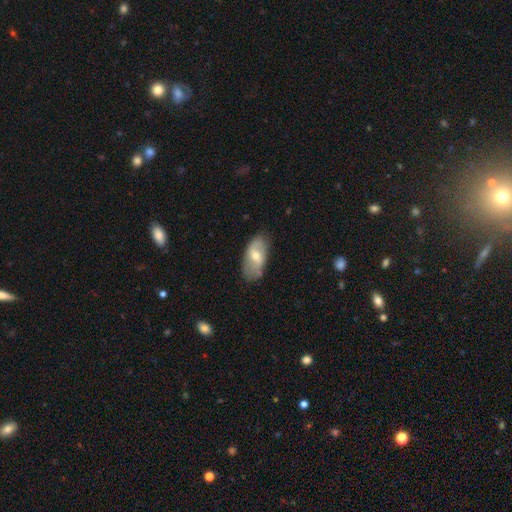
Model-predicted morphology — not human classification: The model was most divided on "smooth or featured": smooth: 51%, featured or disk: 42%, star or artifact: 7%. More confident: how rounded — in between (91%); merging — none (72%).